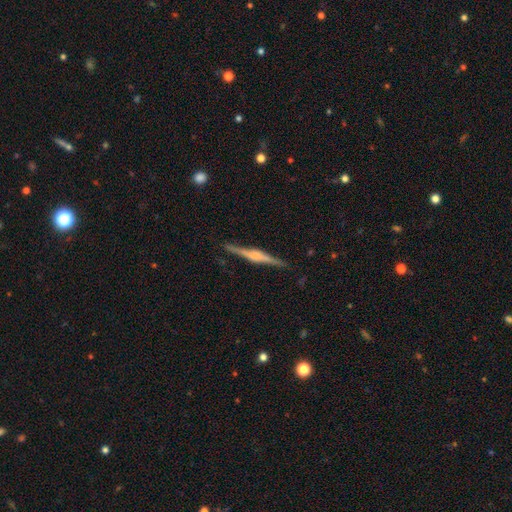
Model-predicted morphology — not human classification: This appears to be a featured or disk galaxy (79%) viewed edge-on (98%) with a rounded central bulge (56%). Merging: none (89%).